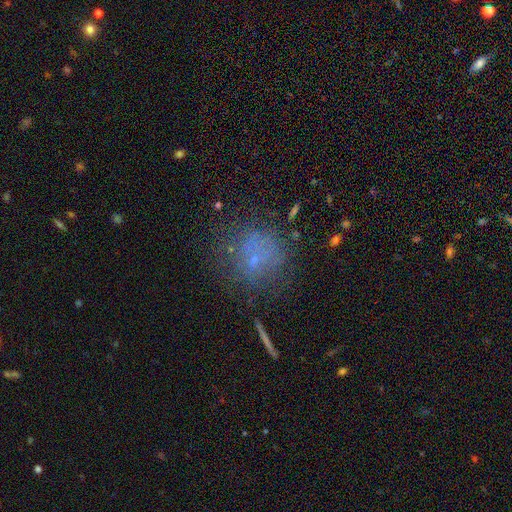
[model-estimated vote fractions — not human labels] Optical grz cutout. It shows a smooth galaxy with no disk features (52%) that is round (86%). Merging: none (67%).